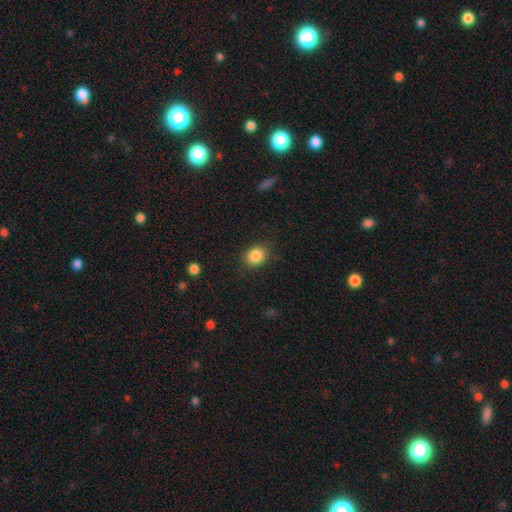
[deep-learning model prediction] The model was most divided on "how rounded": round: 56%, in between: 43%, cigar-shaped: 1%. More confident: smooth or featured — smooth (86%); merging — none (85%).